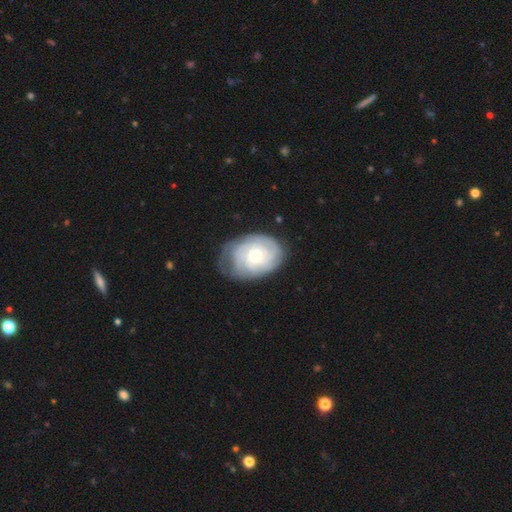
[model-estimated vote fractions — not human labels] smooth_or_featured: featured or disk (p=0.68) [alt: smooth p=0.26]
disk_edge_on: no (p=0.97) [alt: yes p=0.03]
bar: no (p=0.68) [alt: weak p=0.28]
has_spiral_arms: yes (p=0.88) [alt: no p=0.12]
spiral_winding: tight (p=0.68) [alt: medium p=0.24]
spiral_arm_count: can't tell (p=0.57) [alt: 4 p=0.11]
bulge_size: moderate (p=0.55) [alt: small p=0.34]
merging: none (p=0.58) [alt: minor disturbance p=0.27]